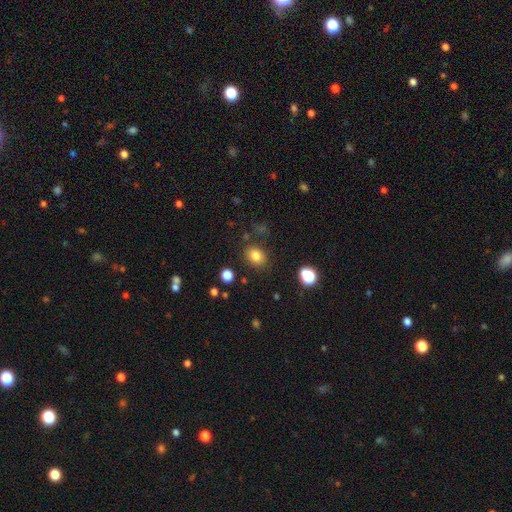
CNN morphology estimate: The model was most divided on "how rounded": round: 51%, in between: 48%, cigar-shaped: 1%. More confident: merging — none (82%); smooth or featured — smooth (81%).